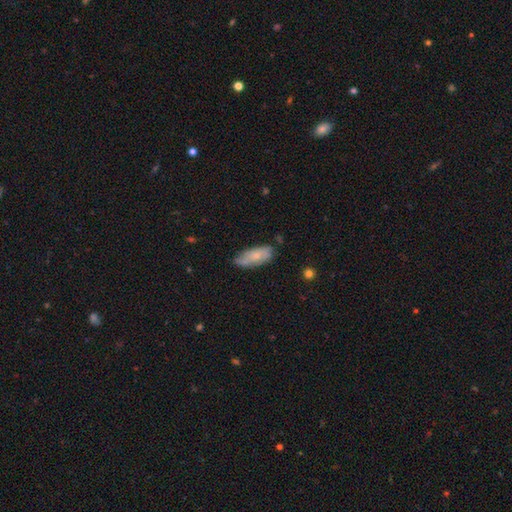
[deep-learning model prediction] smooth 63%, featured or disk 31%, star or artifact 6%. Down the decision tree: how rounded — in between (80%); merging — none (63%).